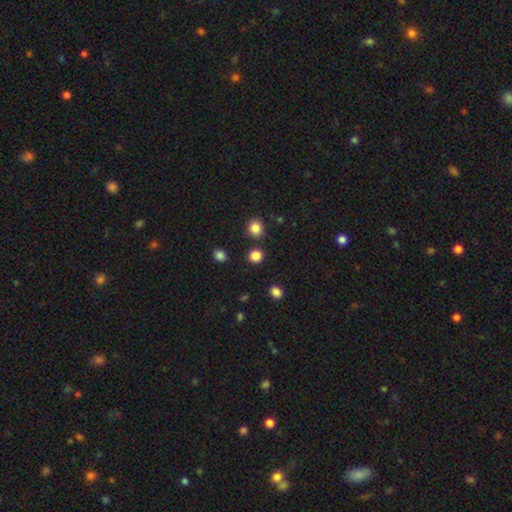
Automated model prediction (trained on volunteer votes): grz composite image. It shows a smooth galaxy with no disk features (84%) that is round (84%). Merging: none (84%).